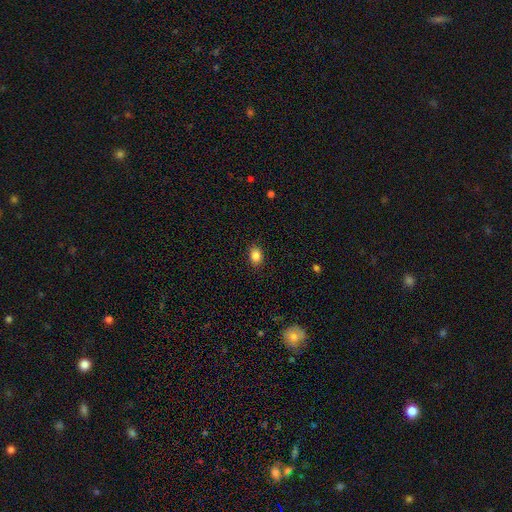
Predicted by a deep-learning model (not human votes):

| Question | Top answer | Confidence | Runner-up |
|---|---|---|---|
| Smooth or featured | smooth | 86% | star or artifact (10%) |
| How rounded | in between | 70% | round (29%) |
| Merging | none | 89% | minor disturbance (8%) |